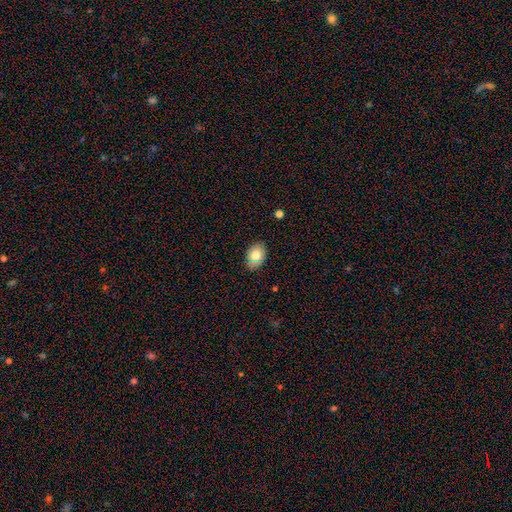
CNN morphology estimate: Overall: smooth (79%). How rounded: in between (80%). Merging: none (85%).